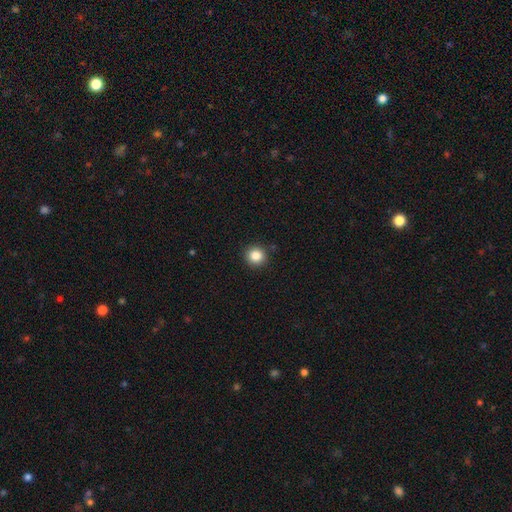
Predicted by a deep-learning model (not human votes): Overall: smooth (85%). How rounded: round (93%). Merging: none (91%).